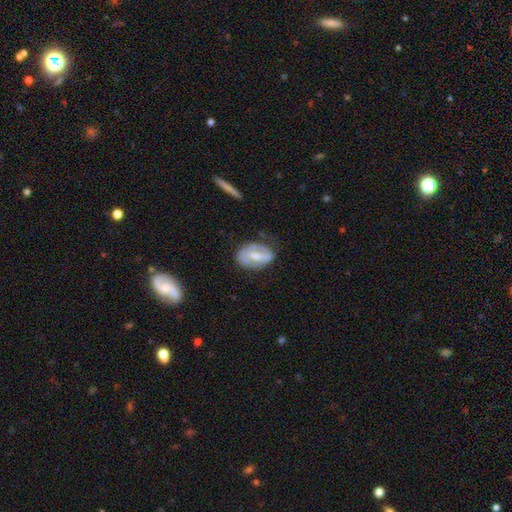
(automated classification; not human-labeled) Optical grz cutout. It shows a featured or disk galaxy (53%). Merging: none (62%).